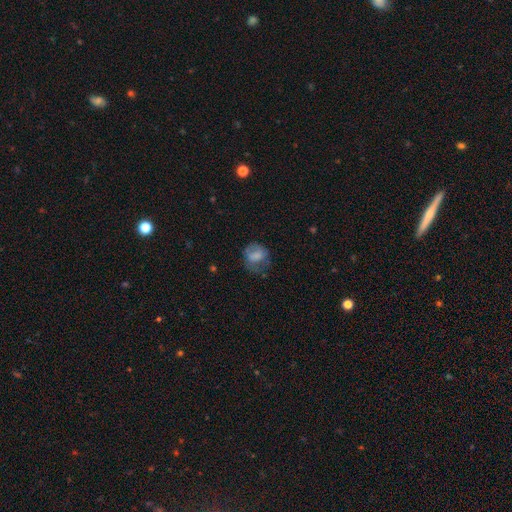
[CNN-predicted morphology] smooth_or_featured: smooth (p=0.69) [alt: featured or disk p=0.21]
how_rounded: round (p=0.62) [alt: in between p=0.37]
merging: none (p=0.46) [alt: minor disturbance p=0.28]